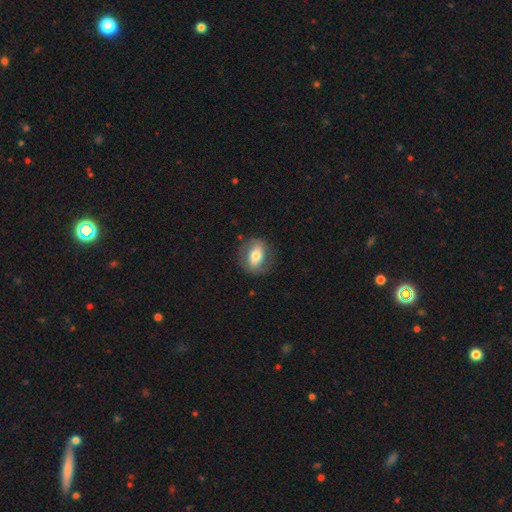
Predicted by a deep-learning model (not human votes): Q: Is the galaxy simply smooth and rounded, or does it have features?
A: smooth — 58%.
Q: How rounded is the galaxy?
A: in between — 60%.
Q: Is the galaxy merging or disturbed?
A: none — 79%.